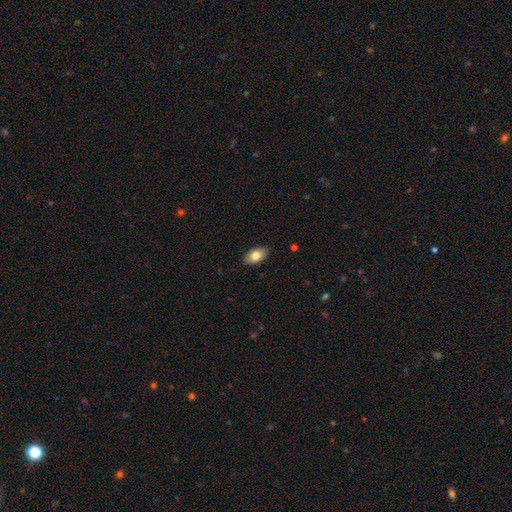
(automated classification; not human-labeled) This is clearly a smooth galaxy (82%). How rounded: clearly in between (92%). Merging: clearly none (88%).